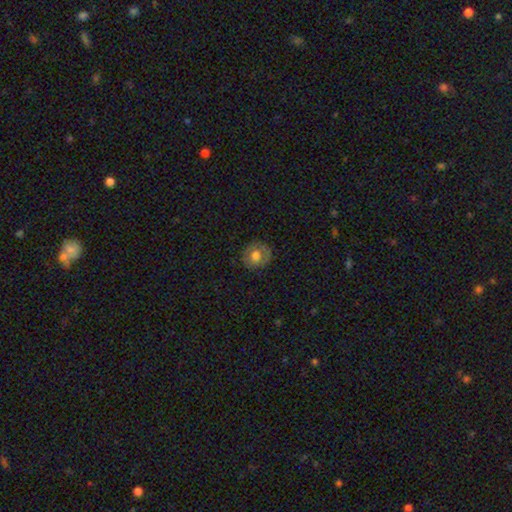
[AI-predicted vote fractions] This appears to be a smooth galaxy with no disk features (63%) that is round (83%). Merging: none (82%).